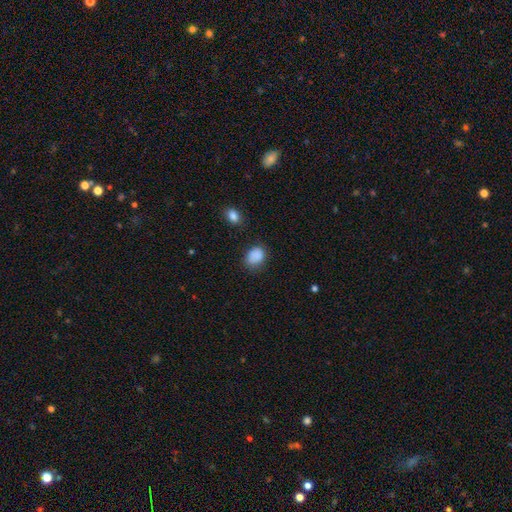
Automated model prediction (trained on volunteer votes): Q: Smooth or featured?
A: smooth (87%); runner-up: star or artifact (9%)
Q: How rounded?
A: in between (63%); runner-up: round (36%)
Q: Merging?
A: none (70%); runner-up: minor disturbance (22%)